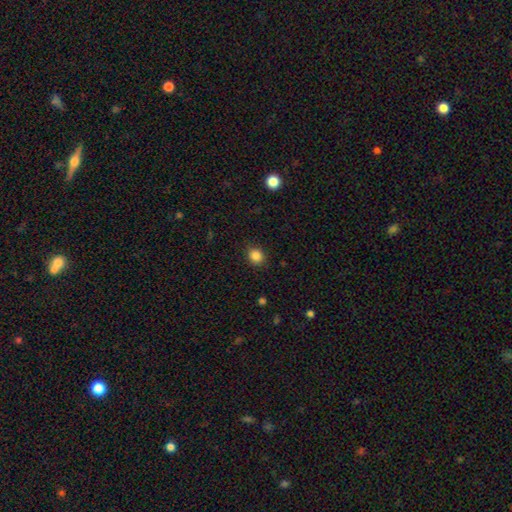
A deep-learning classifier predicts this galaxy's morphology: Overall: smooth (86%). How rounded: round (74%). Merging: none (87%).